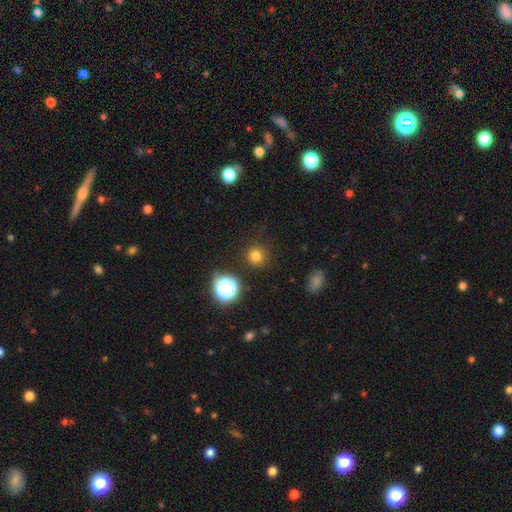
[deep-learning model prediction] A smooth galaxy with no disk features (76%) that is round (95%). Merging: none (89%).